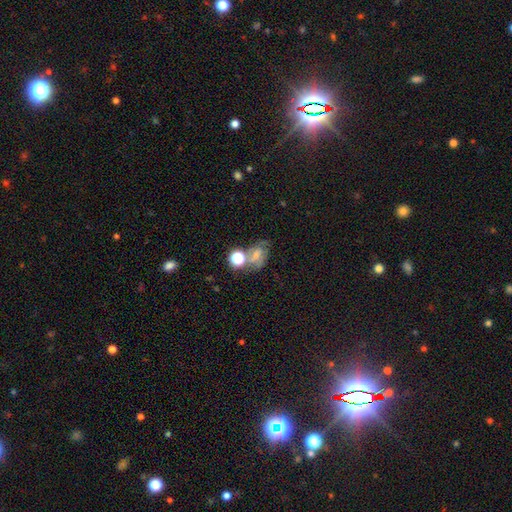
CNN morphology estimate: A smooth galaxy with no disk features (46%).

Vote fractions:
- Smooth or featured? smooth: 46% / featured or disk: 35% / star or artifact: 19%
- Merging? none: 36% / merger: 30% / minor disturbance: 18% / major disturbance: 16%